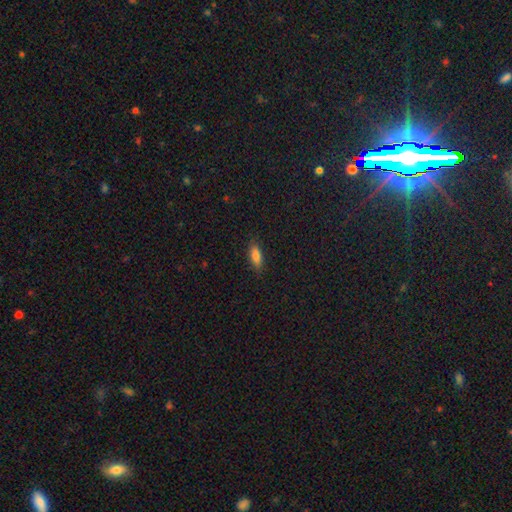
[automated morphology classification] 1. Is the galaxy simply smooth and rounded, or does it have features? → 81% smooth, 10% featured or disk, 8% star or artifact.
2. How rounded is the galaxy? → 70% in between, 27% cigar-shaped, 3% round.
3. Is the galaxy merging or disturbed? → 85% none, 12% minor disturbance, 3% major disturbance, 1% merger.